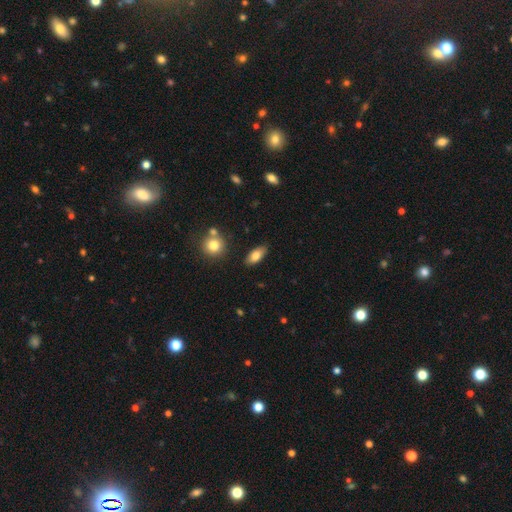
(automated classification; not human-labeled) Smooth or featured: smooth — 78% (featured or disk — 14%)
How rounded: in between — 85% (cigar-shaped — 11%)
Merging: none — 84% (minor disturbance — 11%)